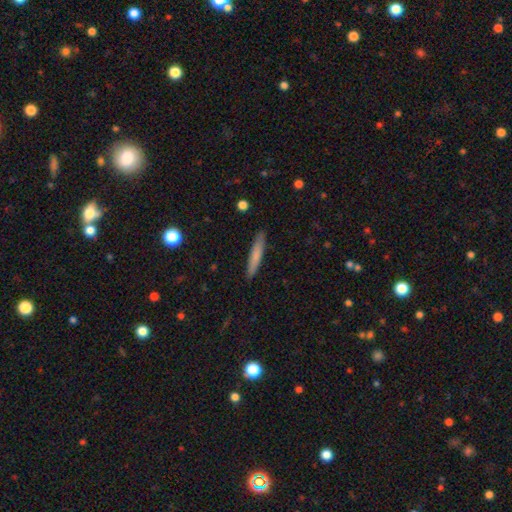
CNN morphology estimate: A smooth galaxy with no disk features (74%) that is cigar-shaped (94%). Merging: none (90%).